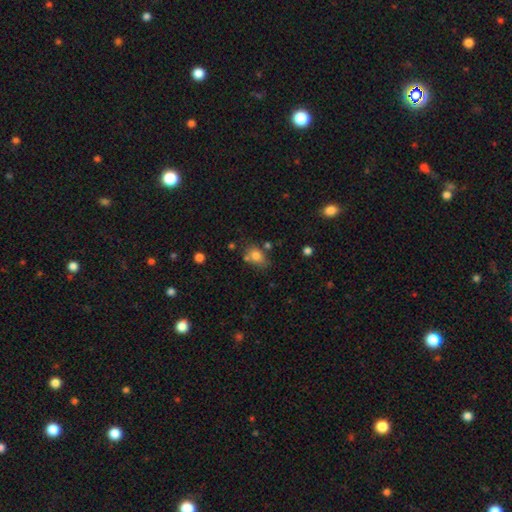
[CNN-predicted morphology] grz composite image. It shows a smooth galaxy with no disk features (78%) that is in between round and cigar-shaped (67%). Merging: none (61%).